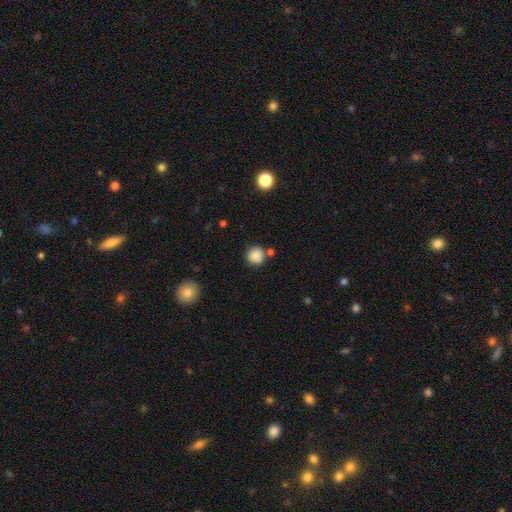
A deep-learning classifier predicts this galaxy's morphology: Q: Smooth or featured?
A: smooth (84%); runner-up: star or artifact (10%)
Q: How rounded?
A: round (93%); runner-up: in between (6%)
Q: Merging?
A: none (78%); runner-up: minor disturbance (10%)